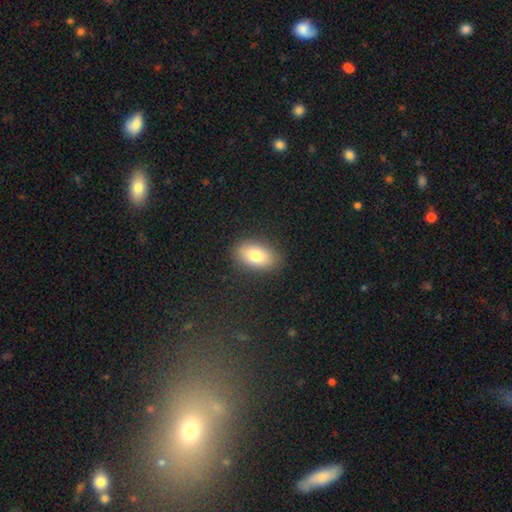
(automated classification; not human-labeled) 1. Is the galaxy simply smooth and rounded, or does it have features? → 78% smooth, 13% featured or disk, 9% star or artifact.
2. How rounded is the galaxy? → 89% in between, 9% round, 2% cigar-shaped.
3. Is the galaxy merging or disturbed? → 87% none, 9% minor disturbance, 3% major disturbance, 1% merger.